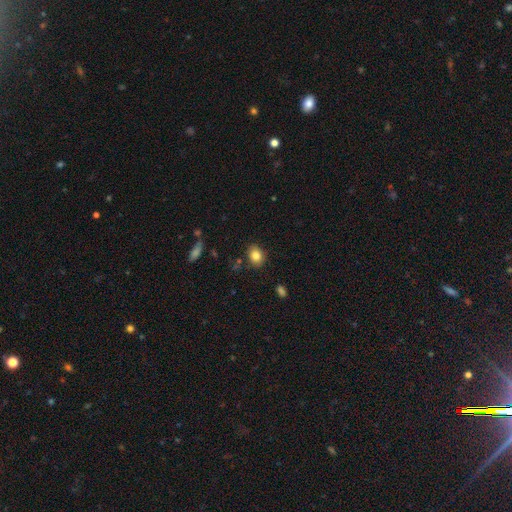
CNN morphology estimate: A smooth galaxy with no disk features (83%) that is in between round and cigar-shaped (61%).

Vote fractions:
- Smooth or featured? smooth: 83% / star or artifact: 9% / featured or disk: 7%
- How rounded? in between: 61% / round: 38% / cigar-shaped: 1%
- Merging? none: 83% / minor disturbance: 12% / major disturbance: 3% / merger: 2%